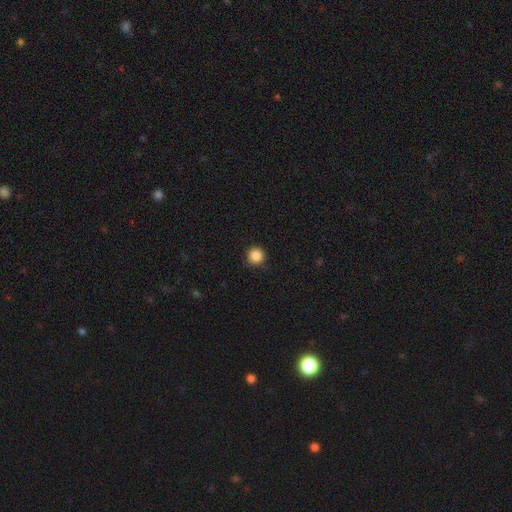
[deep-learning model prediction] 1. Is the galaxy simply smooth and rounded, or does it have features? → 87% smooth, 10% star or artifact, 3% featured or disk.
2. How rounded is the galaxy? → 96% round, 3% in between, 1% cigar-shaped.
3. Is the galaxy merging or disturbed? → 90% none, 7% minor disturbance, 2% major disturbance, 1% merger.